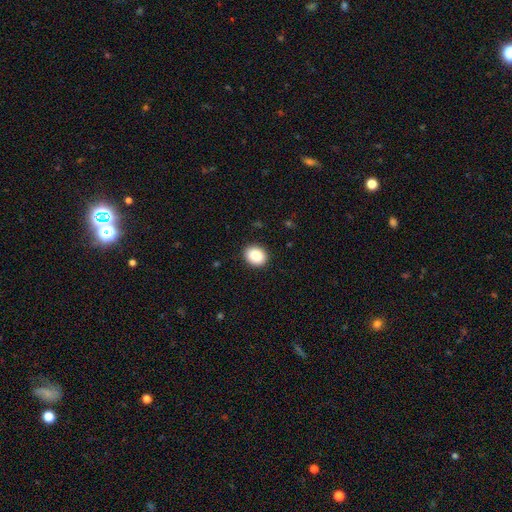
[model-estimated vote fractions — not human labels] Q: Smooth or featured?
A: smooth (86%); runner-up: star or artifact (8%)
Q: How rounded?
A: round (54%); runner-up: in between (46%)
Q: Merging?
A: none (91%); runner-up: minor disturbance (6%)